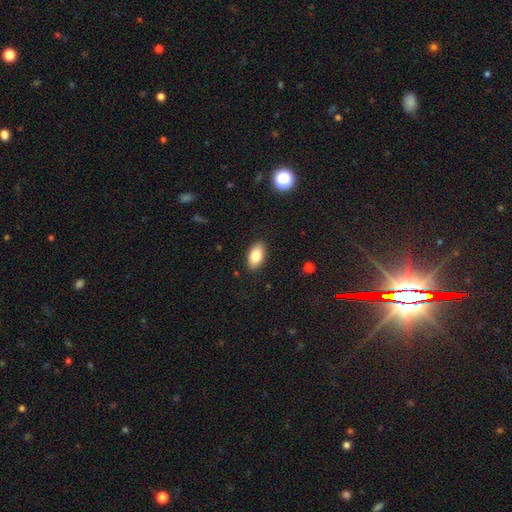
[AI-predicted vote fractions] Smooth or featured? smooth (81%)
How rounded? in between (93%)
Merging? none (88%)